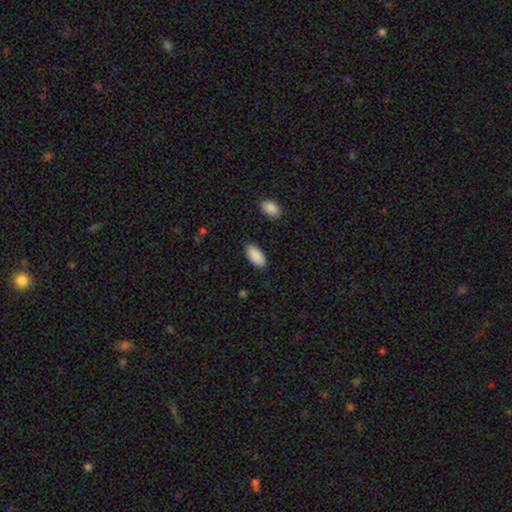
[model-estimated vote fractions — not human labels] Morphology: type=smooth (90%); roundness=in between (95%); merging=none (86%).